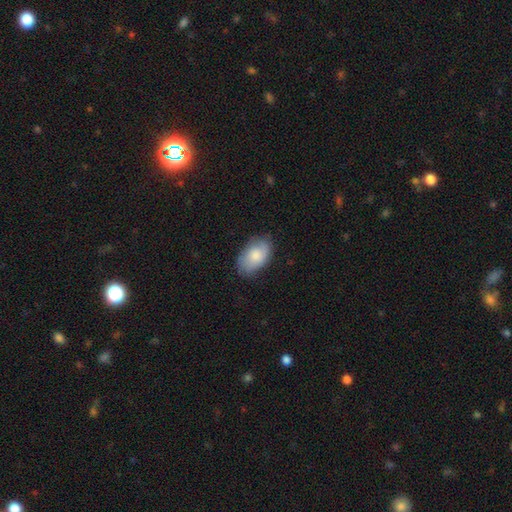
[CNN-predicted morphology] Smooth or featured?
  - smooth: 78% *
  - featured or disk: 16%
  - star or artifact: 6%
How rounded?
  - in between: 92% *
  - round: 7%
  - cigar-shaped: 1%
Merging?
  - none: 76% *
  - minor disturbance: 19%
  - major disturbance: 4%
  - merger: 1%